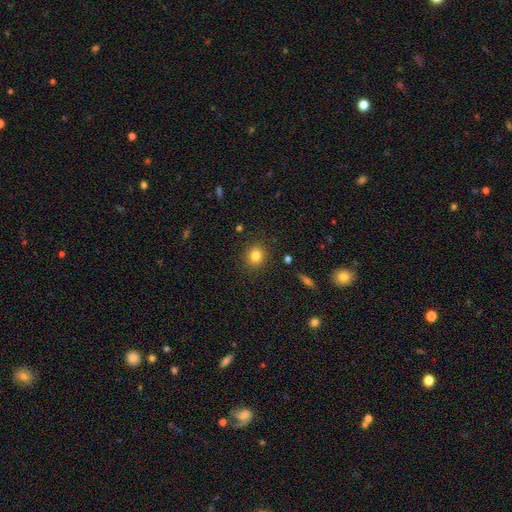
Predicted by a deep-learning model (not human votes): A smooth galaxy with no disk features (82%) that is round (84%). Merging: none (89%).